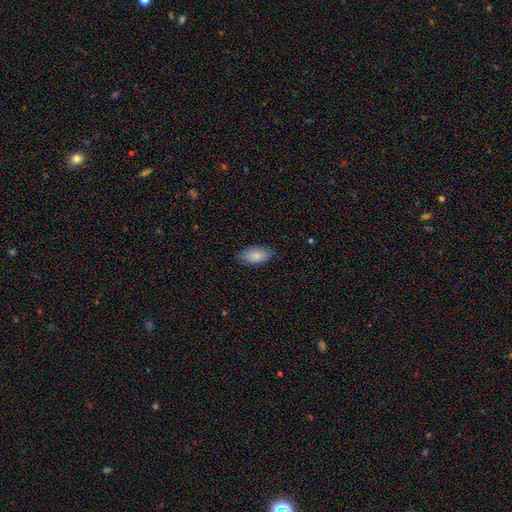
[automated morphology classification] Smooth or featured? smooth (86%)
How rounded? in between (93%)
Merging? none (82%)